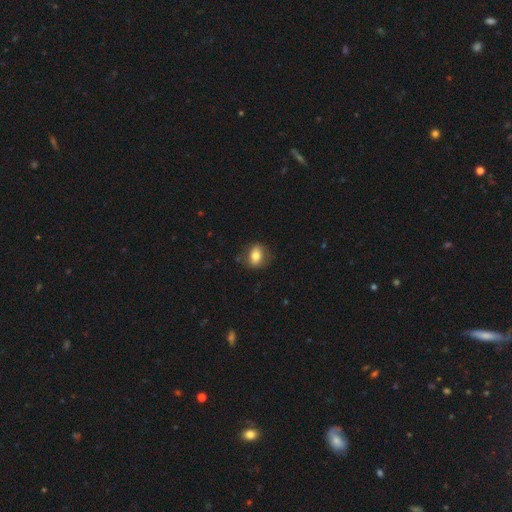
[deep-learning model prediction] Q: Smooth or featured?
A: smooth (73%); runner-up: featured or disk (19%)
Q: How rounded?
A: in between (65%); runner-up: round (32%)
Q: Merging?
A: none (81%); runner-up: minor disturbance (14%)